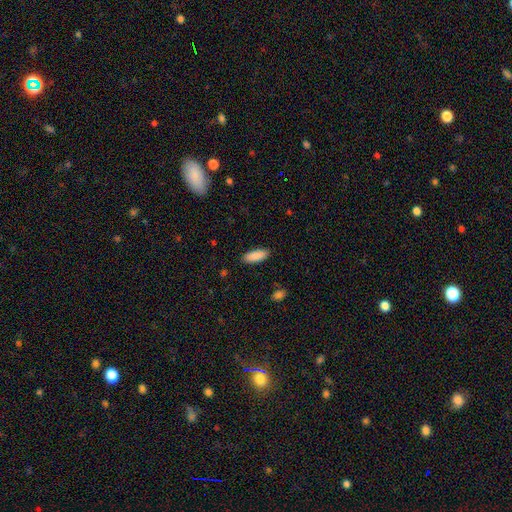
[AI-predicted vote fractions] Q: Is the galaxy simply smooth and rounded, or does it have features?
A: smooth — 90%.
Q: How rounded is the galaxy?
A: in between — 73%.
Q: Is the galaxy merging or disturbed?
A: none — 89%.